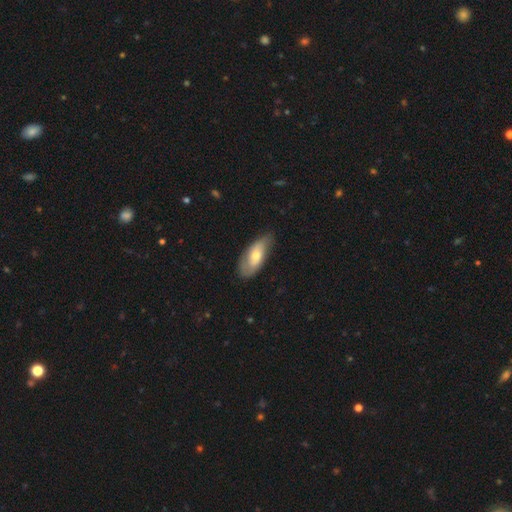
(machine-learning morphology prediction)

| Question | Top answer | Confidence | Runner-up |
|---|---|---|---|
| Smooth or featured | smooth | 56% | featured or disk (38%) |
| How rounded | in between | 84% | cigar-shaped (13%) |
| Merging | none | 66% | minor disturbance (27%) |